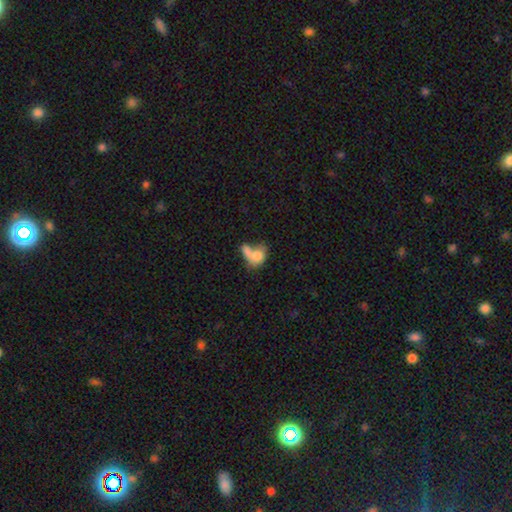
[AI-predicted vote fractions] smooth_or_featured: smooth (p=0.72) [alt: featured or disk p=0.19]
how_rounded: in between (p=0.67) [alt: round p=0.30]
merging: merger (p=0.60) [alt: none p=0.17]